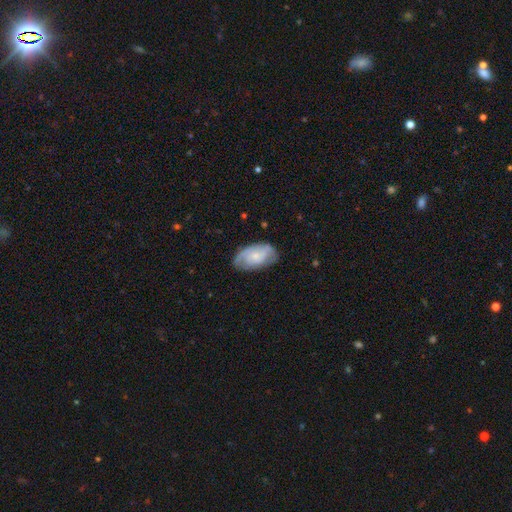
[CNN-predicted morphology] Overall: featured or disk (60%; smooth 34%). Edge-on disk: no (95%). Bar: no (73%). Spiral arms: yes (84%). Bulge size: small (61%; moderate 29%). Merging: none (67%).